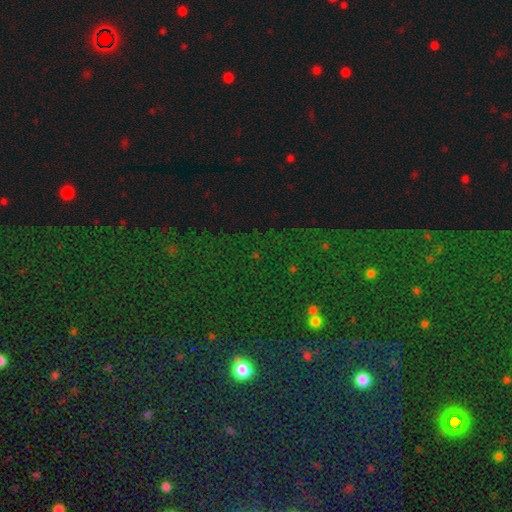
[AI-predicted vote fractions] Smooth or featured: star or artifact — 76% (smooth — 16%)